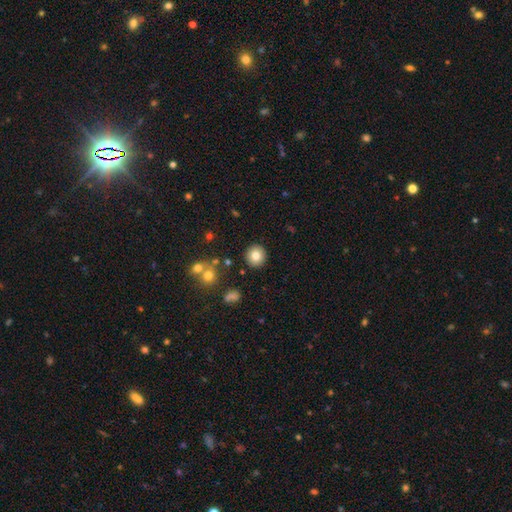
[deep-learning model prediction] Q: Smooth or featured?
A: smooth (80%); runner-up: star or artifact (10%)
Q: How rounded?
A: round (93%); runner-up: in between (6%)
Q: Merging?
A: none (90%); runner-up: minor disturbance (6%)